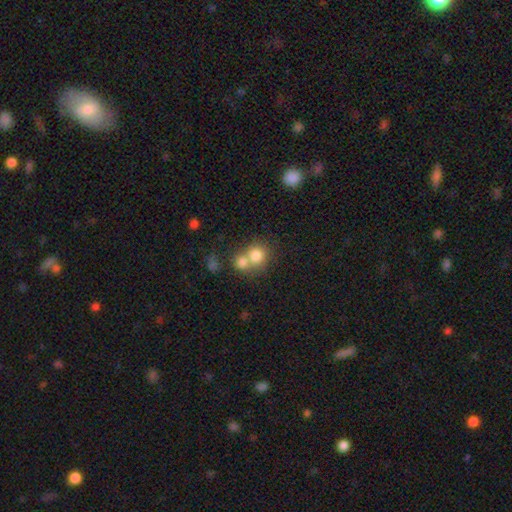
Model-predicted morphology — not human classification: This is likely a smooth galaxy (78%). How rounded: clearly round (82%). Merging: possibly merger (53%).